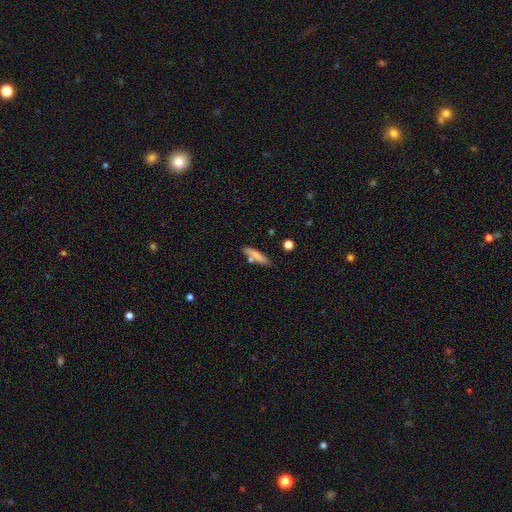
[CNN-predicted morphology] Overall: smooth (75%). How rounded: cigar-shaped (77%). Merging: none (72%).